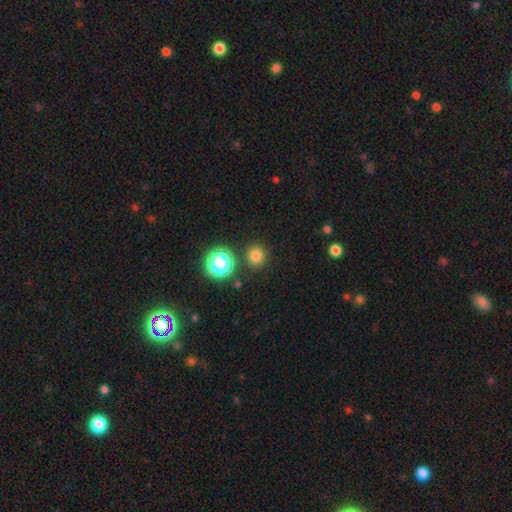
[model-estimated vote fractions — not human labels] A smooth galaxy with no disk features (77%) that is round (86%).

Vote fractions:
- Smooth or featured? smooth: 77% / star or artifact: 18% / featured or disk: 5%
- How rounded? round: 86% / in between: 13% / cigar-shaped: 1%
- Merging? none: 86% / minor disturbance: 7% / merger: 4% / major disturbance: 3%